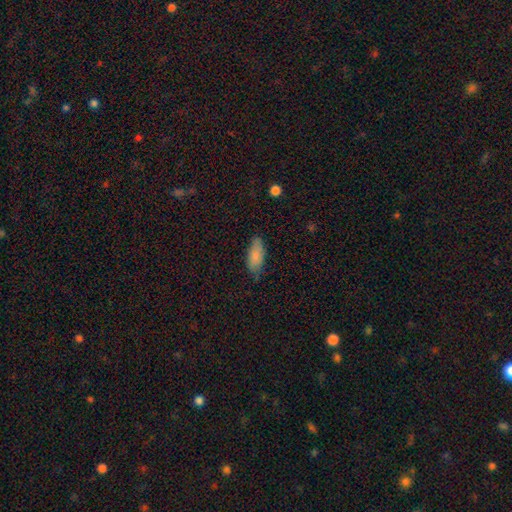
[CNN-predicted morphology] This is clearly a smooth galaxy (84%). How rounded: clearly in between (80%). Merging: likely none (72%).